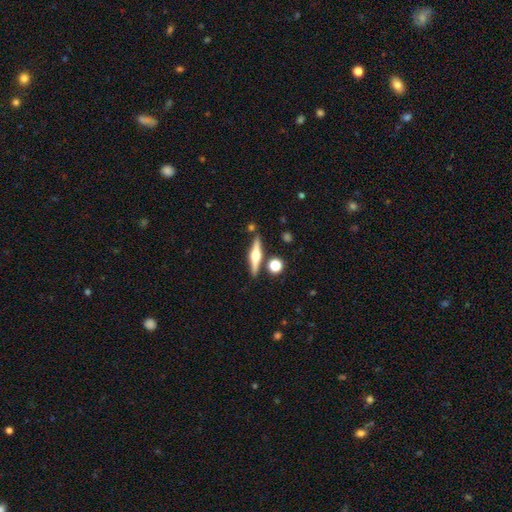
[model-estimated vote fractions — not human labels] Smooth or featured? featured or disk (70%)
Edge-on disk? yes (97%)
Edge-on bulge? rounded (92%)
Merging? none (83%)